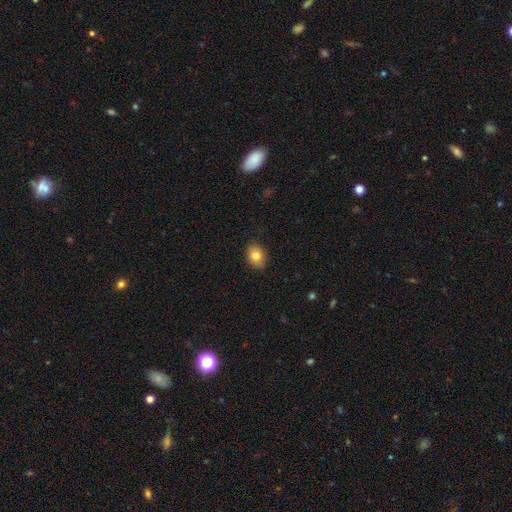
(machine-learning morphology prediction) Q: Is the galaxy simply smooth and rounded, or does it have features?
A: smooth — 82%.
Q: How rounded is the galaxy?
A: in between — 63%.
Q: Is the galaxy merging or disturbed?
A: none — 86%.